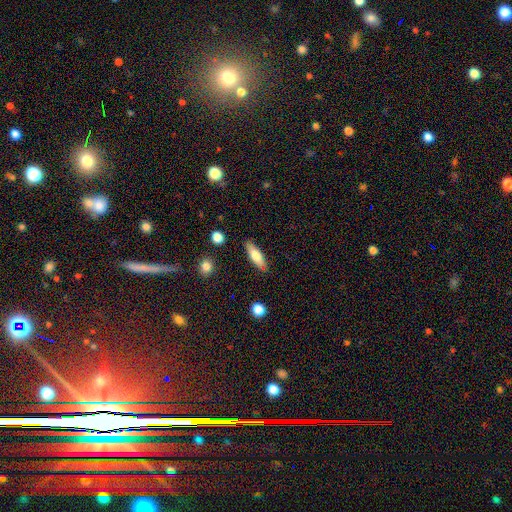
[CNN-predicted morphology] Smooth or featured? smooth (69%)
How rounded? in between (57%)
Merging? none (81%)